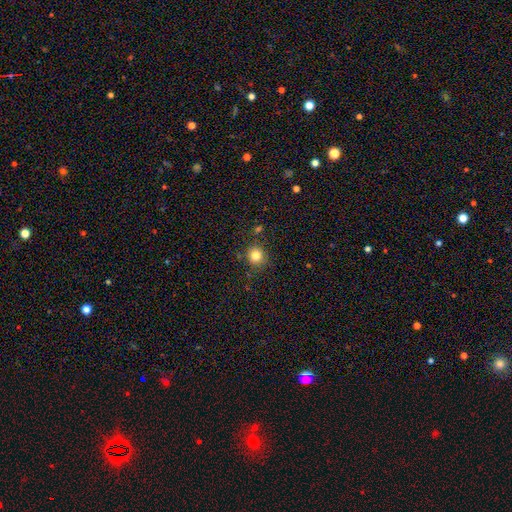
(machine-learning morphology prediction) This is clearly a smooth galaxy (82%). How rounded: clearly round (90%). Merging: clearly none (84%).